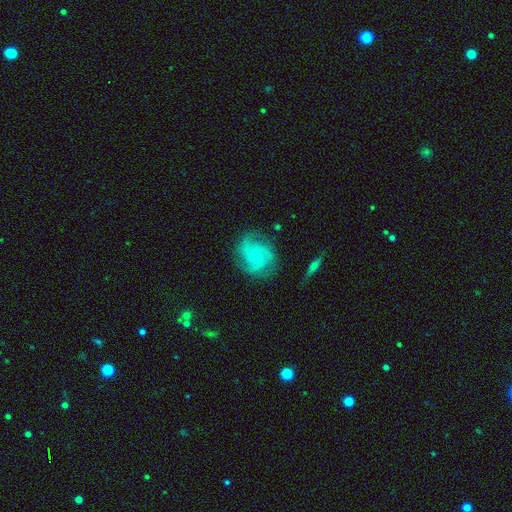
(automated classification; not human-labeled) featured or disk 71%, smooth 22%, star or artifact 7%. Down the decision tree: edge-on disk — no (98%); bar — no (77%); spiral arms — yes (93%); spiral arm count — 3 (40%); spiral winding — medium (46%); bulge size — small (75%); merging — none (70%).